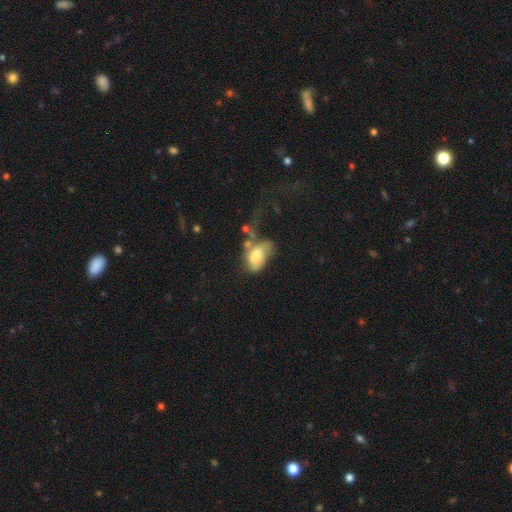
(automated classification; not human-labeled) Q: Smooth or featured?
A: smooth (65%); runner-up: featured or disk (26%)
Q: How rounded?
A: in between (89%); runner-up: round (9%)
Q: Merging?
A: major disturbance (39%); runner-up: minor disturbance (23%)